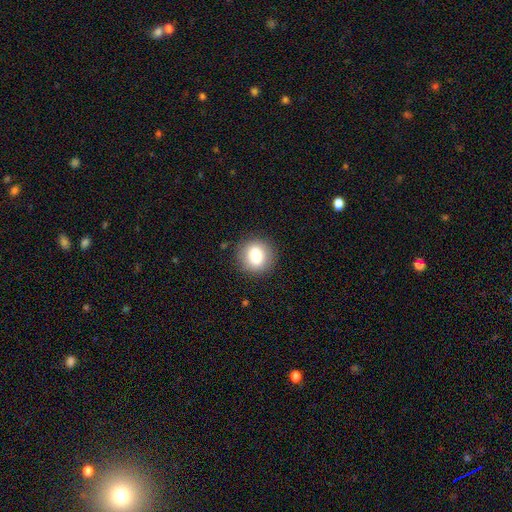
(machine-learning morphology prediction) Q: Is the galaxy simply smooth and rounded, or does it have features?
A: smooth — 78%.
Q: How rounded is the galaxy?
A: round — 89%.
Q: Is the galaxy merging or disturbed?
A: none — 89%.